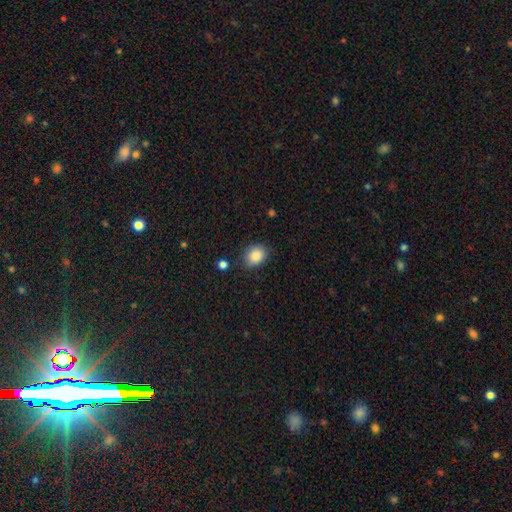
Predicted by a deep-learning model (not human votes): smooth-or-featured: smooth: 86% | star or artifact: 8% | featured or disk: 5%
  how-rounded: in between: 56% | round: 43% | cigar-shaped: 1%
  merging: none: 82% | minor disturbance: 13% | major disturbance: 3% | merger: 2%